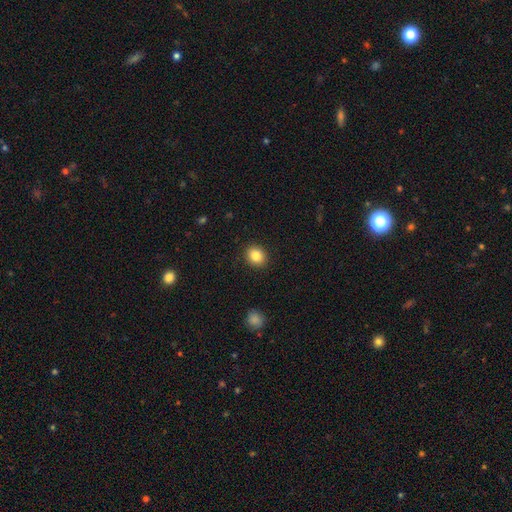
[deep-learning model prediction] Q: Smooth or featured?
A: smooth (85%); runner-up: star or artifact (9%)
Q: How rounded?
A: round (62%); runner-up: in between (37%)
Q: Merging?
A: none (91%); runner-up: minor disturbance (6%)